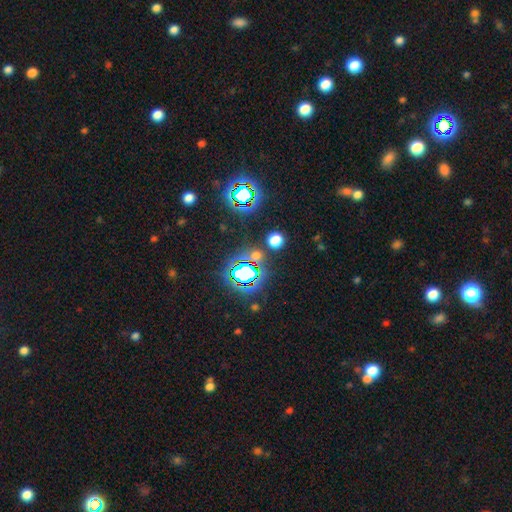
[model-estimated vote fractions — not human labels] This appears to be a star or artifact, not a galaxy (60%).